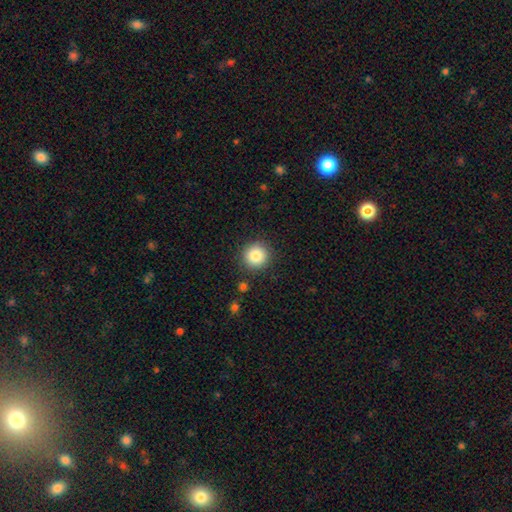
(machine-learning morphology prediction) This is clearly a smooth galaxy (85%). How rounded: clearly round (94%). Merging: clearly none (89%).